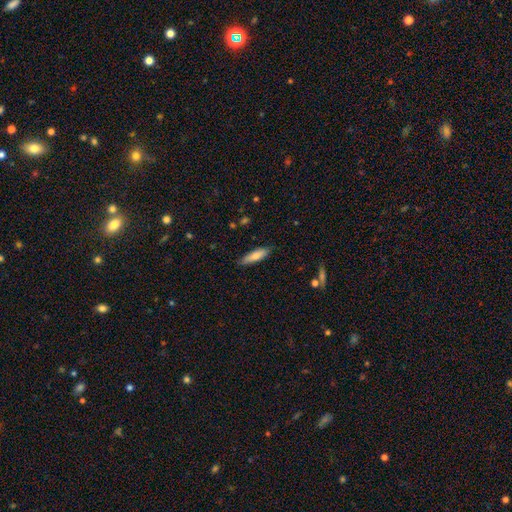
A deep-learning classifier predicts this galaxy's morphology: A smooth galaxy with no disk features (75%) that is cigar-shaped (63%). Merging: none (84%).